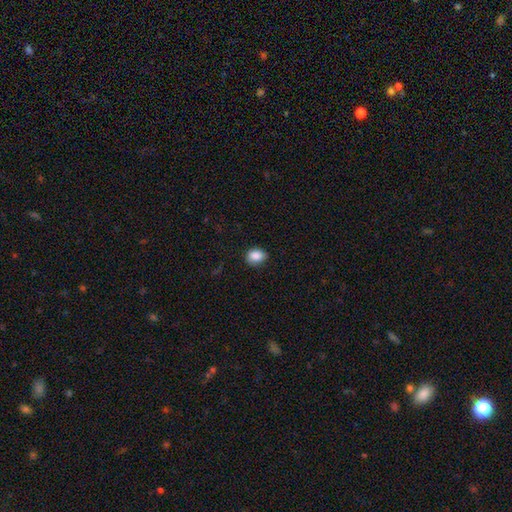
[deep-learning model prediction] The model was most divided on "how rounded": in between: 55%, round: 44%, cigar-shaped: 1%. More confident: smooth or featured — smooth (87%); merging — none (78%).